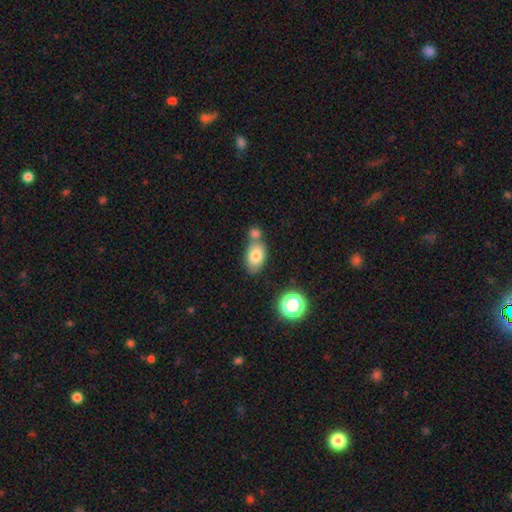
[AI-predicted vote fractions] smooth_or_featured: smooth (p=0.78) [alt: featured or disk p=0.13]
how_rounded: in between (p=0.87) [alt: round p=0.11]
merging: none (p=0.53) [alt: merger p=0.30]